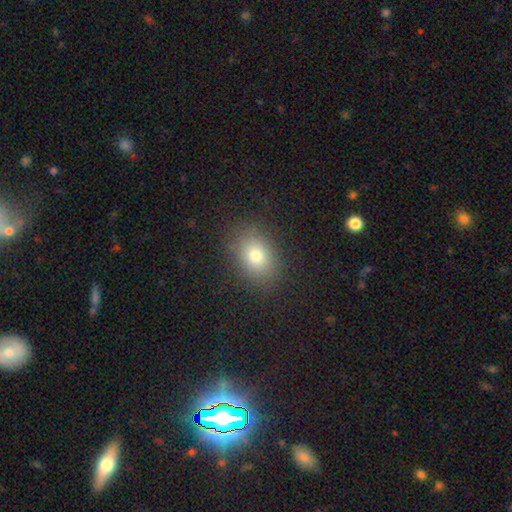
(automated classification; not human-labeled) Morphology: type=smooth (77%); roundness=in between (64%); merging=none (87%).